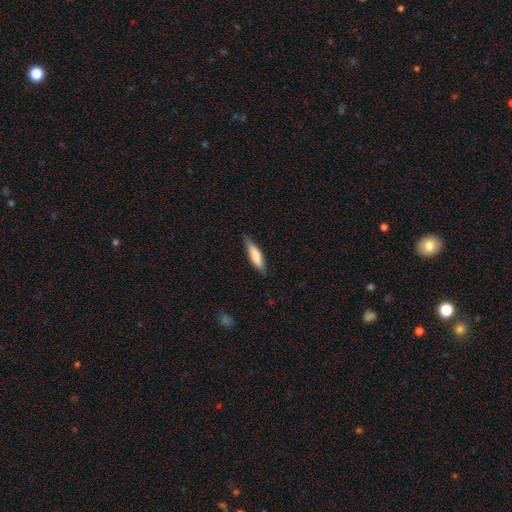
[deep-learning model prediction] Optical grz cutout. It shows a smooth galaxy with no disk features (78%) that is cigar-shaped (69%). Merging: none (78%).